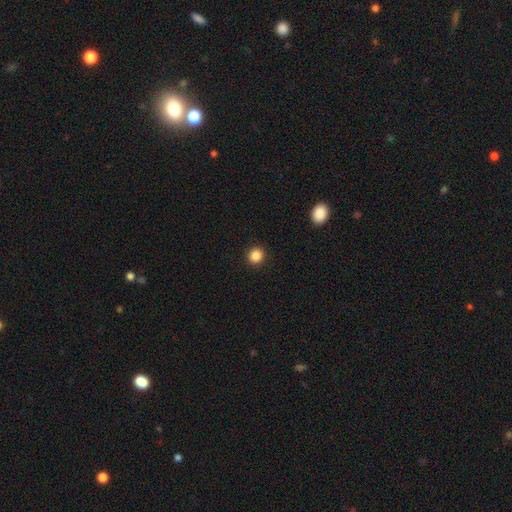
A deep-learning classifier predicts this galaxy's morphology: Smooth or featured? Predicted: smooth (p=0.86). How rounded? Predicted: round (p=0.92). Merging? Predicted: none (p=0.92).